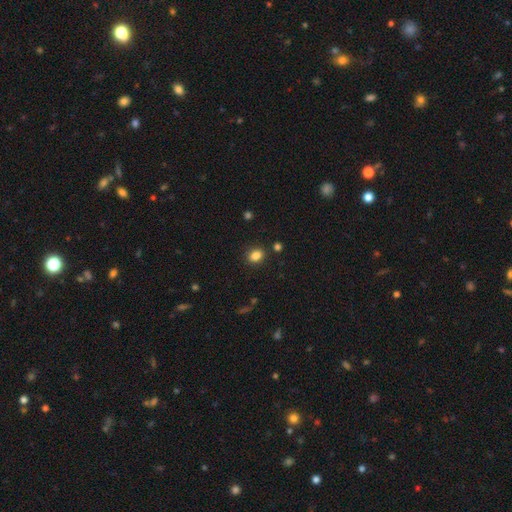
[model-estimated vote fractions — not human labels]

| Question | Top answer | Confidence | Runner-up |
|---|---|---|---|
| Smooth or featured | smooth | 84% | star or artifact (11%) |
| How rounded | in between | 57% | round (42%) |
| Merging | none | 84% | minor disturbance (10%) |